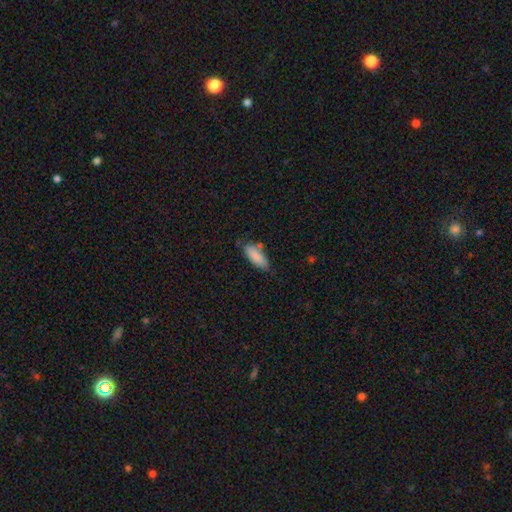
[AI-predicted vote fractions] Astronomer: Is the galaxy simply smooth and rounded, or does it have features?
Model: smooth — 87%.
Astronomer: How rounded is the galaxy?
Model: in between — 71%.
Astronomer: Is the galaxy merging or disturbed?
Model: none — 65%.